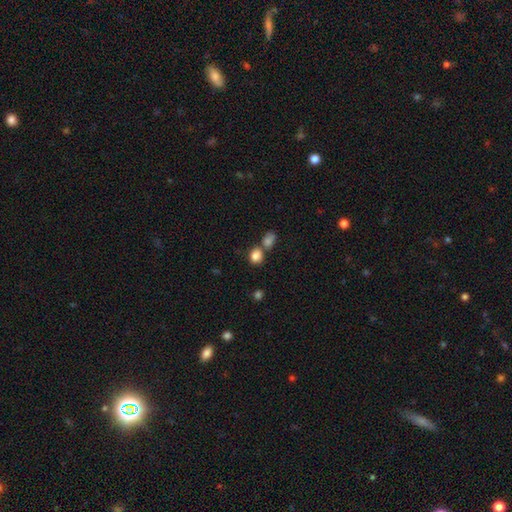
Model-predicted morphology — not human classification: Smooth or featured?
  - smooth: 84% *
  - star or artifact: 10%
  - featured or disk: 6%
How rounded?
  - round: 65% *
  - in between: 34%
  - cigar-shaped: 1%
Merging?
  - none: 52% *
  - merger: 34%
  - minor disturbance: 10%
  - major disturbance: 4%